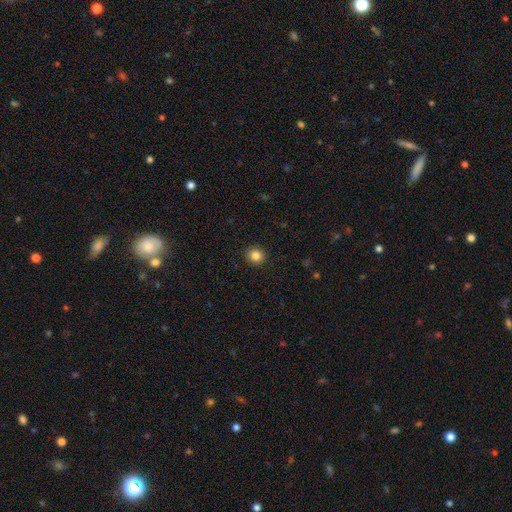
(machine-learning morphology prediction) Q: Smooth or featured?
A: smooth (84%); runner-up: star or artifact (11%)
Q: How rounded?
A: round (92%); runner-up: in between (7%)
Q: Merging?
A: none (92%); runner-up: minor disturbance (5%)